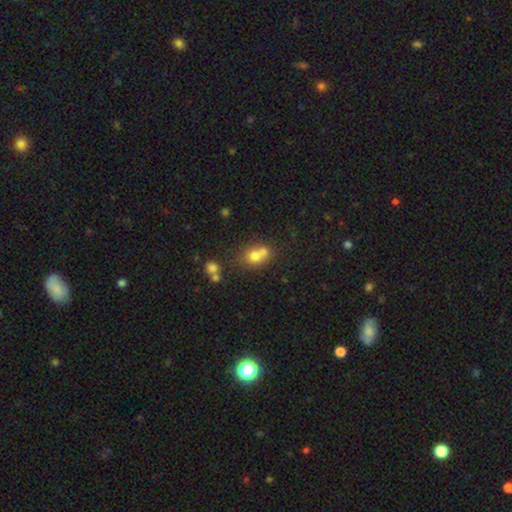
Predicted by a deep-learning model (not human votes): Smooth or featured?
  - smooth: 71% *
  - featured or disk: 16%
  - star or artifact: 13%
How rounded?
  - round: 64% *
  - in between: 35%
  - cigar-shaped: 1%
Merging?
  - merger: 52% *
  - none: 35%
  - minor disturbance: 9%
  - major disturbance: 4%